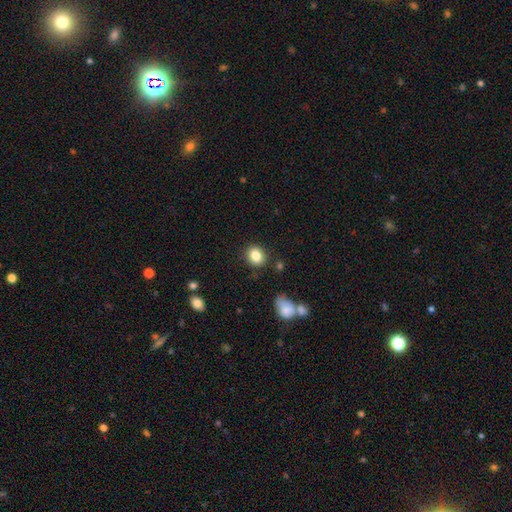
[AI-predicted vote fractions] Smooth or featured? smooth (84%)
How rounded? round (56%)
Merging? none (84%)